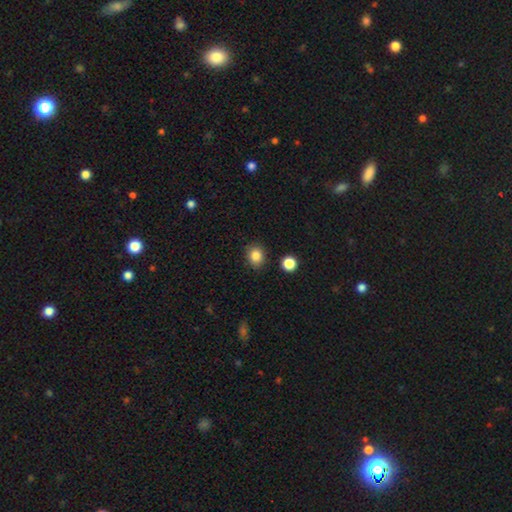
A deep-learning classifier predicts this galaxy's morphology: A smooth galaxy with no disk features (85%) that is round (64%). Merging: none (86%).